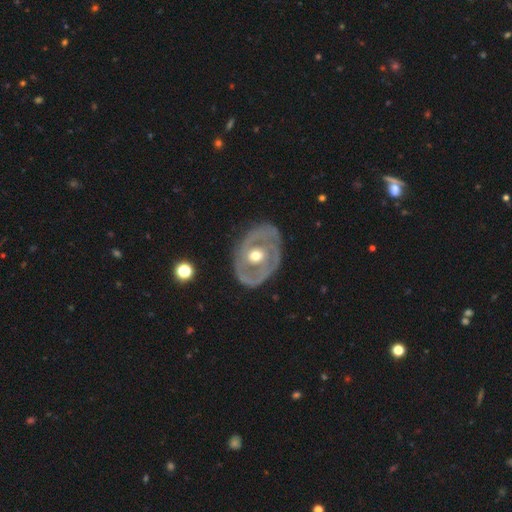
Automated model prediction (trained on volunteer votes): Morphology: type=featured or disk (79%); edge-on=no (95%); bar=no (68%); spiral arms=yes (56%); bulge=moderate (76%); merging=none (72%).